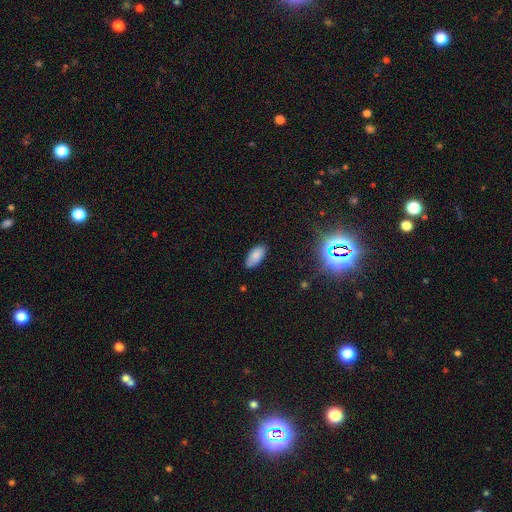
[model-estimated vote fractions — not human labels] smooth 83%, star or artifact 10%, featured or disk 7%. Down the decision tree: how rounded — in between (92%); merging — none (82%).